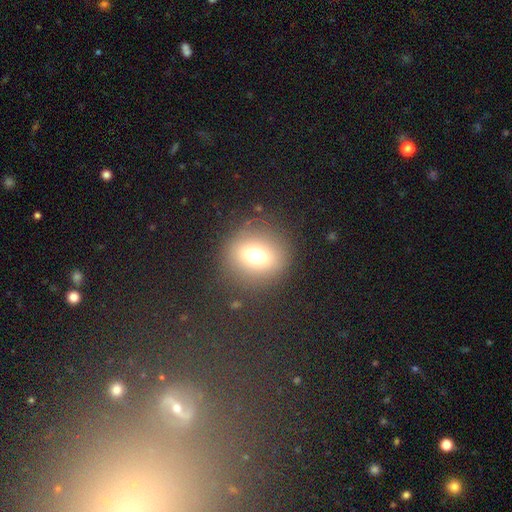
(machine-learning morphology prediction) Q: Smooth or featured?
A: smooth (69%); runner-up: star or artifact (16%)
Q: How rounded?
A: round (80%); runner-up: in between (19%)
Q: Merging?
A: none (82%); runner-up: minor disturbance (9%)